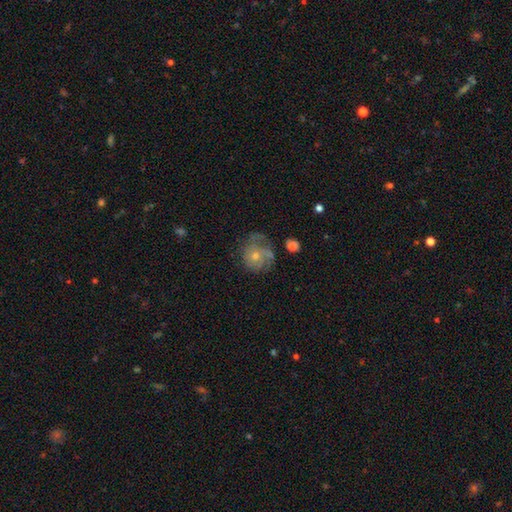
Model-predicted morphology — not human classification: A featured or disk galaxy (59%) with no bar (84%), spiral arms (75%) and a small central bulge (51%).

Vote fractions:
- Smooth or featured? featured or disk: 59% / smooth: 28% / star or artifact: 13%
- Edge-on disk? no: 97% / yes: 3%
- Bar? no: 84% / weak: 14% / strong: 2%
- Spiral arms? yes: 75% / no: 25%
- Bulge size? small: 51% / moderate: 43% / none: 3% / large: 2% / dominant: 1%
- Merging? none: 58% / minor disturbance: 22% / major disturbance: 16% / merger: 4%